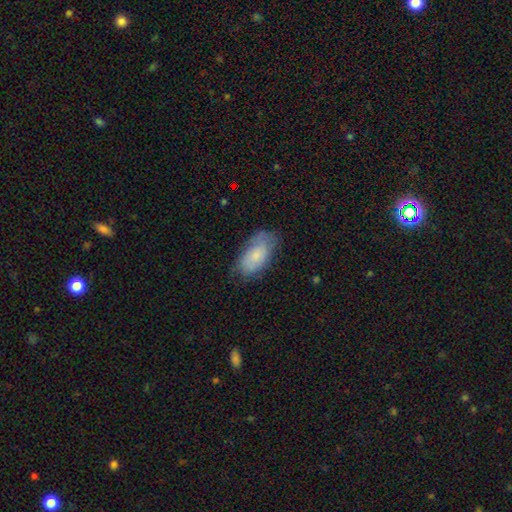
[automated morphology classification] smooth_or_featured: smooth (p=0.70) [alt: featured or disk p=0.23]
how_rounded: in between (p=0.93) [alt: cigar-shaped p=0.04]
merging: none (p=0.65) [alt: minor disturbance p=0.26]